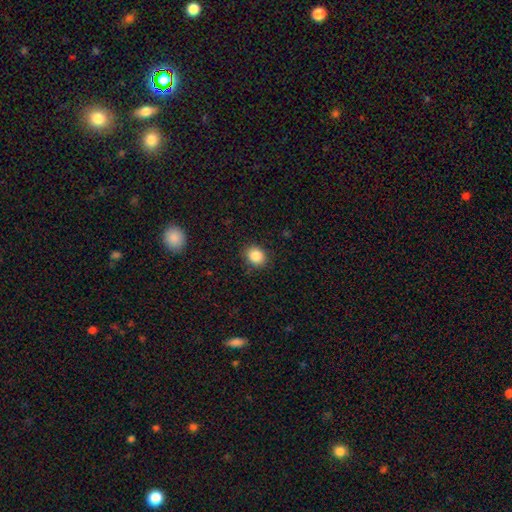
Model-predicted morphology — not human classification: A smooth galaxy with no disk features (86%) that is round (65%). Merging: none (88%).